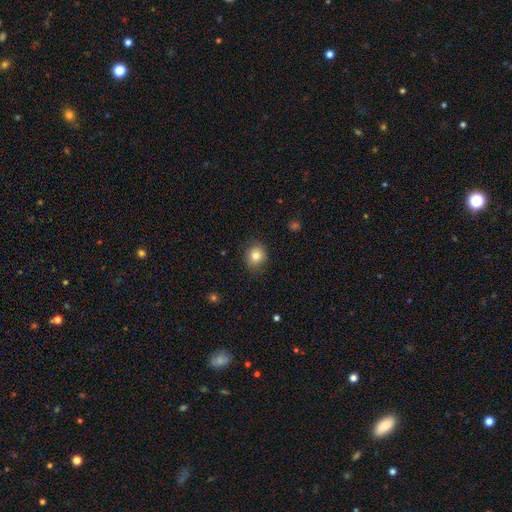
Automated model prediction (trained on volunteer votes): A smooth galaxy with no disk features (83%) that is round (77%).

Vote fractions:
- Smooth or featured? smooth: 83% / star or artifact: 10% / featured or disk: 7%
- How rounded? round: 77% / in between: 22% / cigar-shaped: 1%
- Merging? none: 85% / minor disturbance: 11% / major disturbance: 3% / merger: 1%